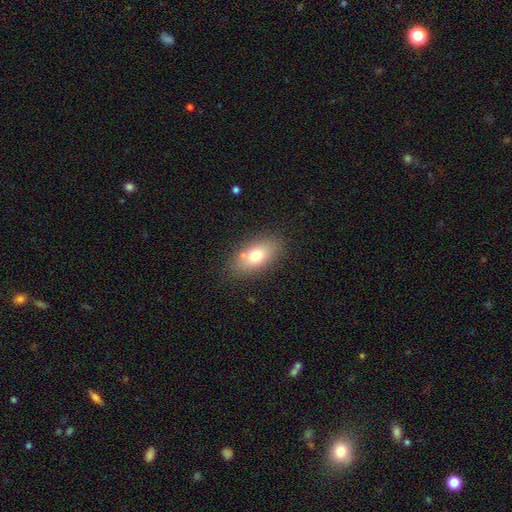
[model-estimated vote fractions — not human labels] smooth 74%, featured or disk 17%, star or artifact 9%. Down the decision tree: how rounded — in between (87%); merging — none (79%).